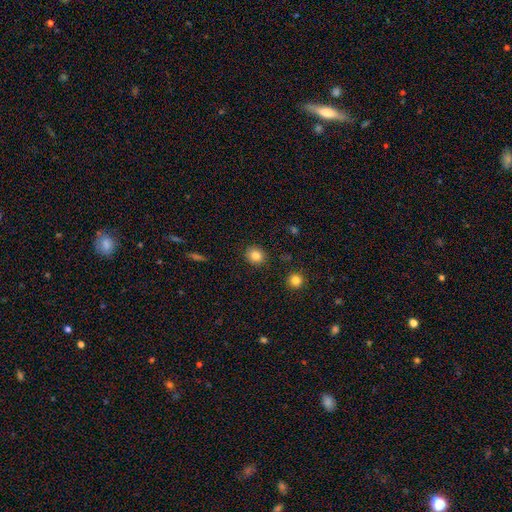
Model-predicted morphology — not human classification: Overall: smooth (83%). How rounded: round (79%). Merging: none (89%).